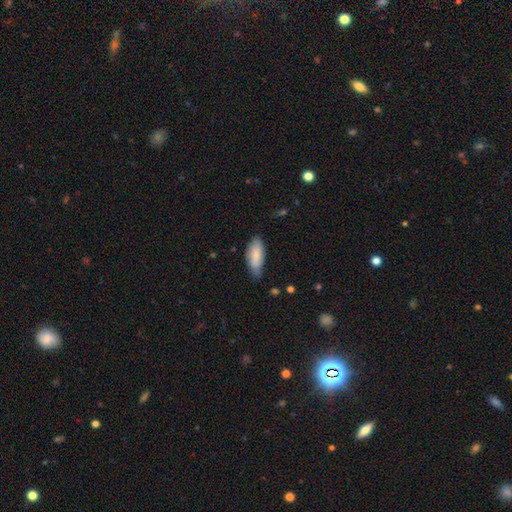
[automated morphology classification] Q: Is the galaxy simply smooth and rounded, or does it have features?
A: smooth — 82%.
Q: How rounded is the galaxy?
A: in between — 79%.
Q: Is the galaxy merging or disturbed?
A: none — 59%.